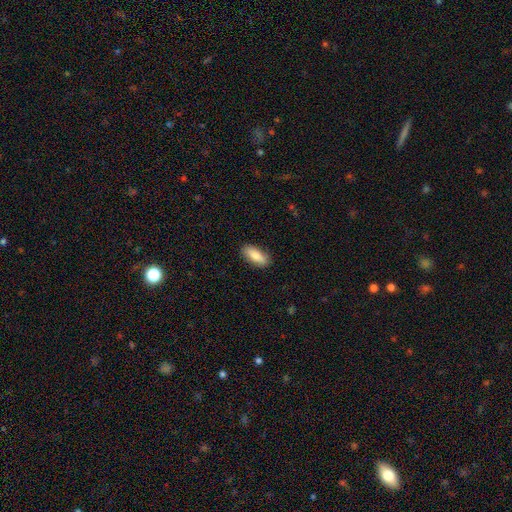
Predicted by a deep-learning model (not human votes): The model was most divided on "how rounded": in between: 78%, cigar-shaped: 20%, round: 2%. More confident: merging — none (86%); smooth or featured — smooth (79%).